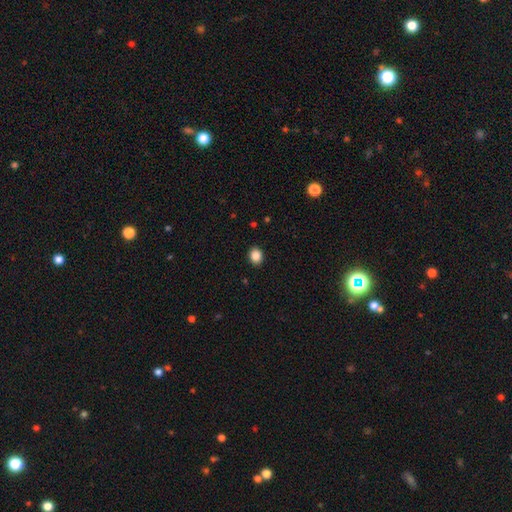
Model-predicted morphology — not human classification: The model was most divided on "how rounded": round: 53%, in between: 46%, cigar-shaped: 1%. More confident: merging — none (91%); smooth or featured — smooth (87%).